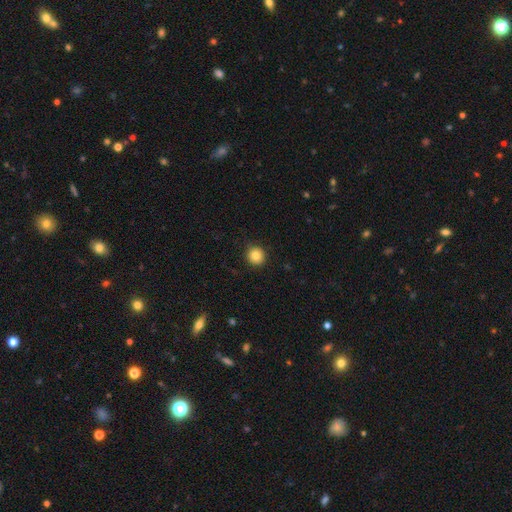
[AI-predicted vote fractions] smooth_or_featured: smooth (p=0.85) [alt: star or artifact p=0.10]
how_rounded: round (p=0.93) [alt: in between p=0.06]
merging: none (p=0.91) [alt: minor disturbance p=0.06]